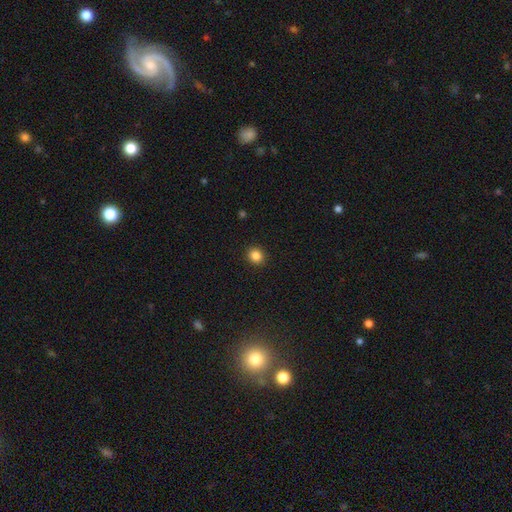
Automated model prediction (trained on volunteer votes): A smooth galaxy with no disk features (85%) that is round (83%). Merging: none (91%).